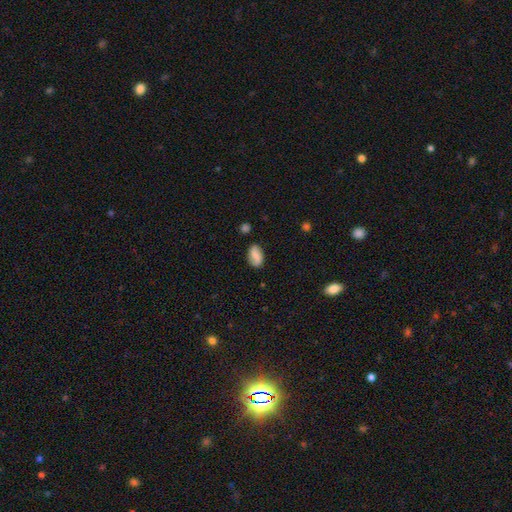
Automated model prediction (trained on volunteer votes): Smooth or featured: smooth — 64% (featured or disk — 27%)
How rounded: in between — 89% (round — 8%)
Merging: none — 77% (minor disturbance — 16%)